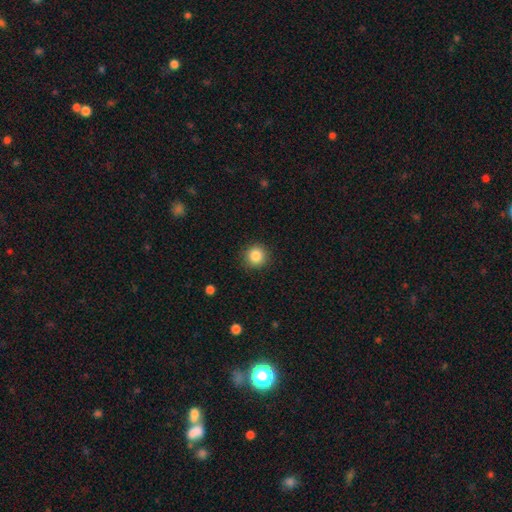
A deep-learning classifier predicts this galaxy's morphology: smooth_or_featured: smooth (p=0.86) [alt: star or artifact p=0.10]
how_rounded: round (p=0.94) [alt: in between p=0.06]
merging: none (p=0.90) [alt: minor disturbance p=0.07]